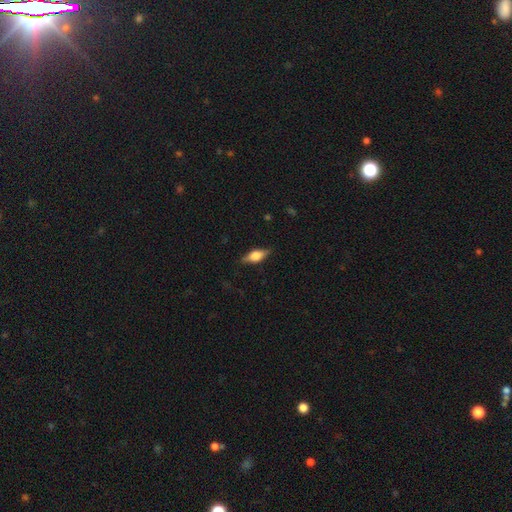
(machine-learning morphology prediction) type=smooth (49%); merging=none (84%).